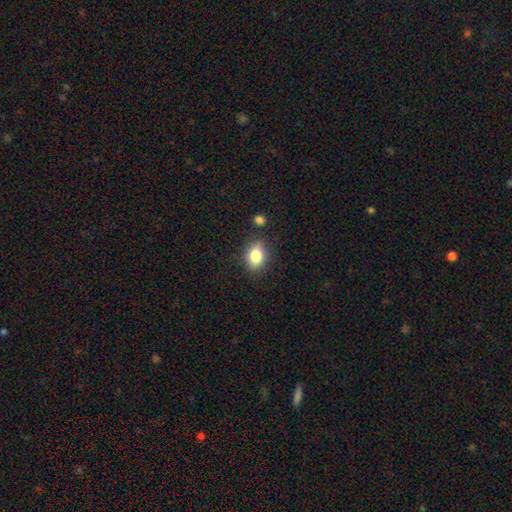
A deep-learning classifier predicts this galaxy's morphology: type=smooth (82%); roundness=in between (68%); merging=none (83%).